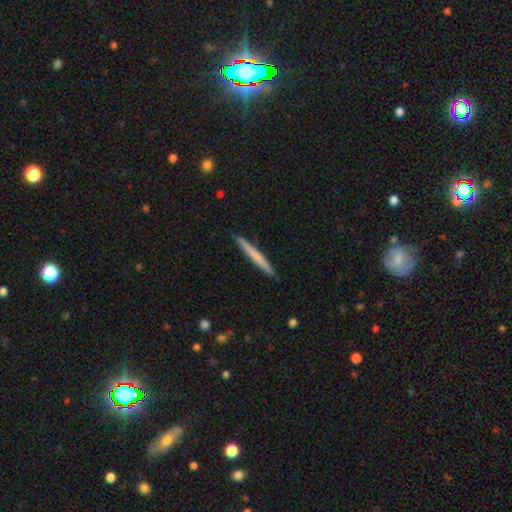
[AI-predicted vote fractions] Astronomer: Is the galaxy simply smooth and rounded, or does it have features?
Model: smooth — 63%.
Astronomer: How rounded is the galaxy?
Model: cigar-shaped — 97%.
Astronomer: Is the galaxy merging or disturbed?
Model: none — 91%.